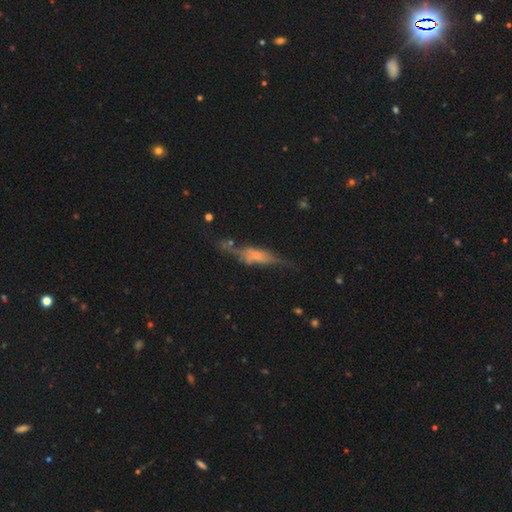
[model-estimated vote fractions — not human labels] A featured or disk galaxy (55%) viewed edge-on (80%). Merging: none (51%).